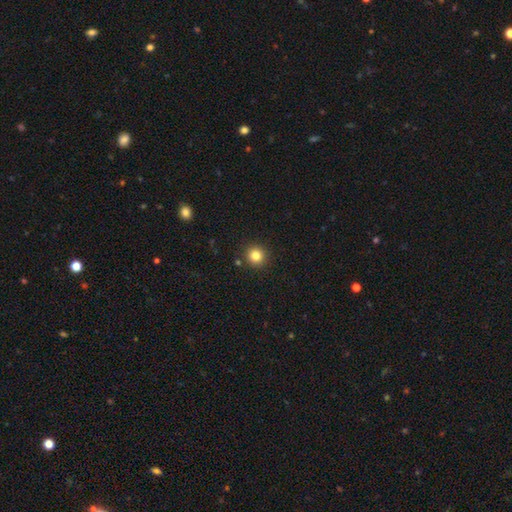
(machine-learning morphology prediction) smooth_or_featured: smooth (p=0.83) [alt: star or artifact p=0.12]
how_rounded: round (p=0.95) [alt: in between p=0.05]
merging: none (p=0.90) [alt: minor disturbance p=0.05]